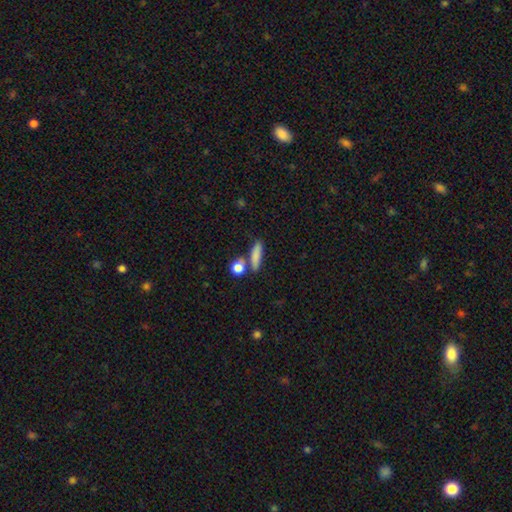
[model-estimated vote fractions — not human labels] Smooth or featured: smooth — 81% (featured or disk — 10%)
How rounded: cigar-shaped — 59% (in between — 30%)
Merging: none — 68% (merger — 16%)